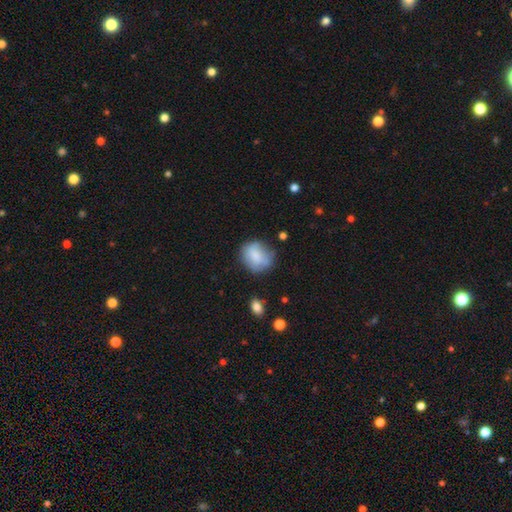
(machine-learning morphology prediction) Overall: smooth (75%). How rounded: round (60%; in between 39%). Merging: none (64%; minor disturbance 25%).